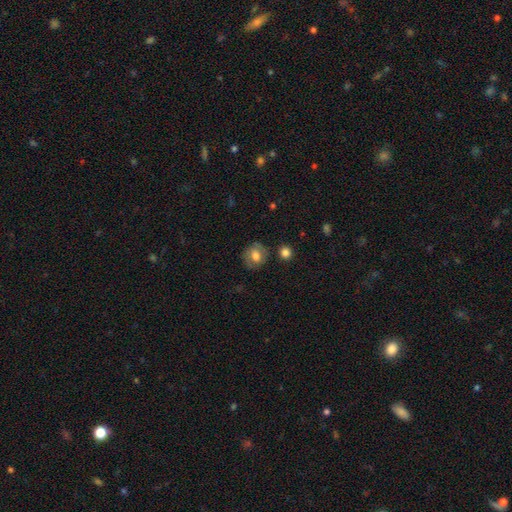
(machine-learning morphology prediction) A smooth galaxy with no disk features (64%) that is round (70%).

Vote fractions:
- Smooth or featured? smooth: 64% / featured or disk: 28% / star or artifact: 8%
- How rounded? round: 70% / in between: 29% / cigar-shaped: 1%
- Merging? none: 77% / minor disturbance: 15% / major disturbance: 5% / merger: 3%